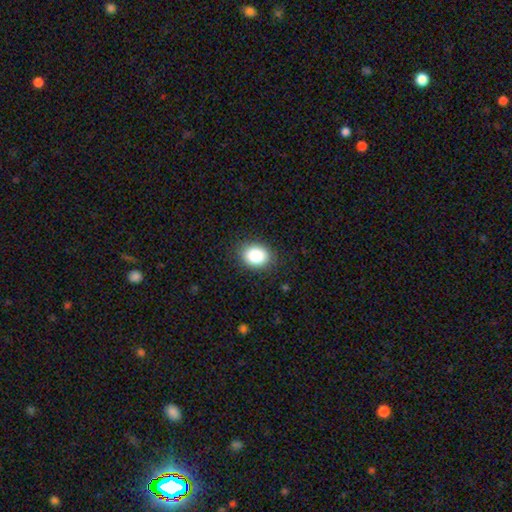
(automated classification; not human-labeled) Smooth or featured? smooth (87%)
How rounded? in between (57%)
Merging? none (87%)